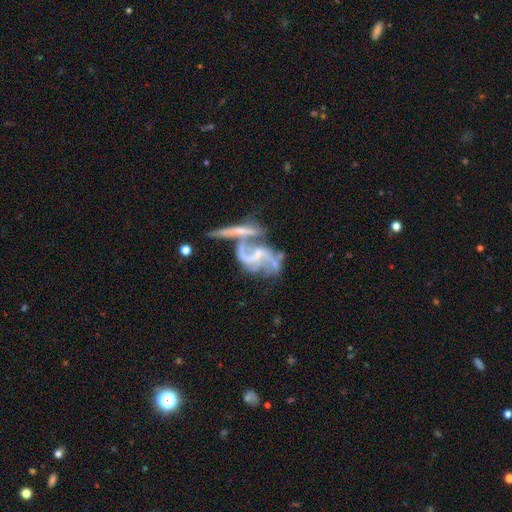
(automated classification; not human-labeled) Overall: featured or disk (84%). Edge-on disk: no (95%). Bar: no (41%; weak 38%). Spiral arms: yes (88%). Spiral arm count: 2 (79%). Spiral winding: loose (60%; medium 31%). Bulge size: small (45%; none 36%). Merging: merger (46%; none 22%).